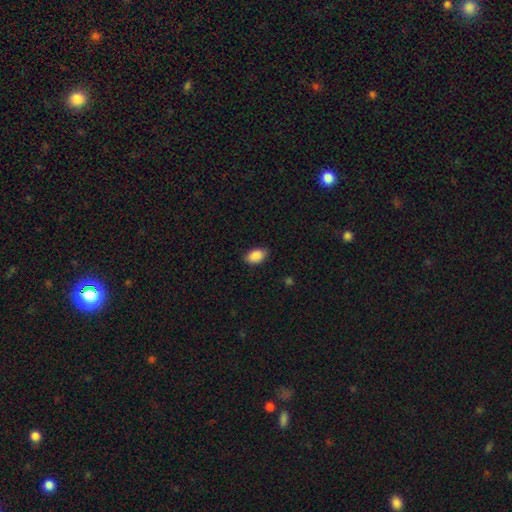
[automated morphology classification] Smooth or featured? Predicted: smooth (p=0.90). How rounded? Predicted: in between (p=0.90). Merging? Predicted: none (p=0.85).